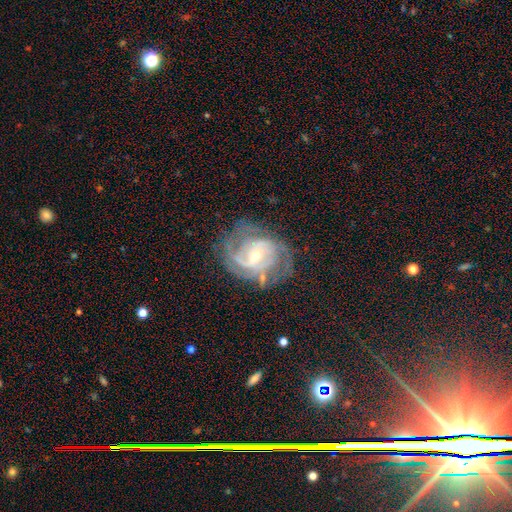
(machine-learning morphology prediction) The model was most divided on "bar": weak: 43%, no: 42%, strong: 15%. Remaining: edge-on disk — no (97%); spiral arms — yes (95%); smooth or featured — featured or disk (87%); merging — none (64%); bulge size — small (56%); spiral winding — tight (50%); spiral arm count — 2 (36%).